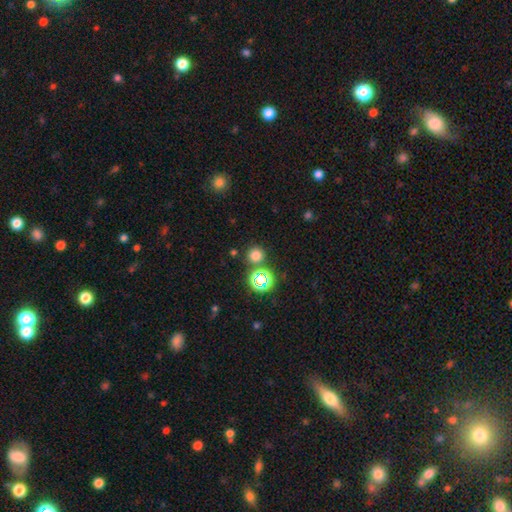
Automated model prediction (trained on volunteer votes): The model was most divided on "smooth or featured": smooth: 71%, star or artifact: 24%, featured or disk: 6%. More confident: how rounded — round (92%); merging — none (81%).